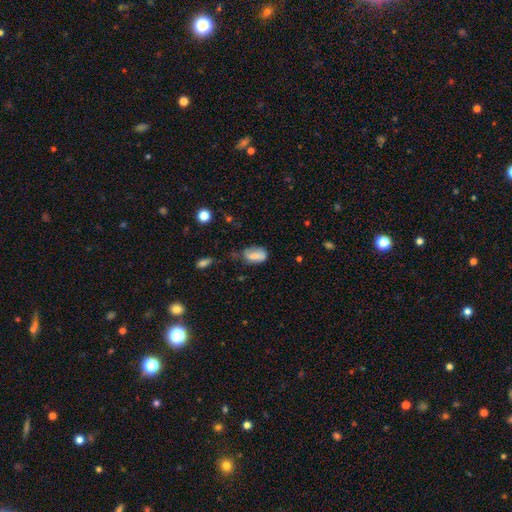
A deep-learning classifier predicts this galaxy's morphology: type=smooth (73%); roundness=in between (87%); merging=none (46%).